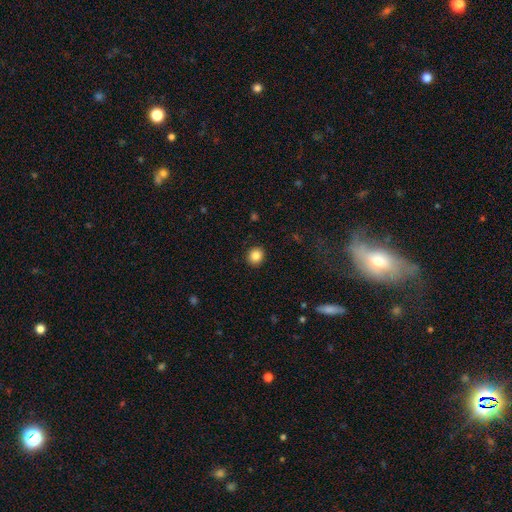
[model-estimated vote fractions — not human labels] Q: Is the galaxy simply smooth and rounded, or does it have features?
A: smooth — 85%.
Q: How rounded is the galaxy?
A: round — 85%.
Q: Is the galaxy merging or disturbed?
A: none — 92%.